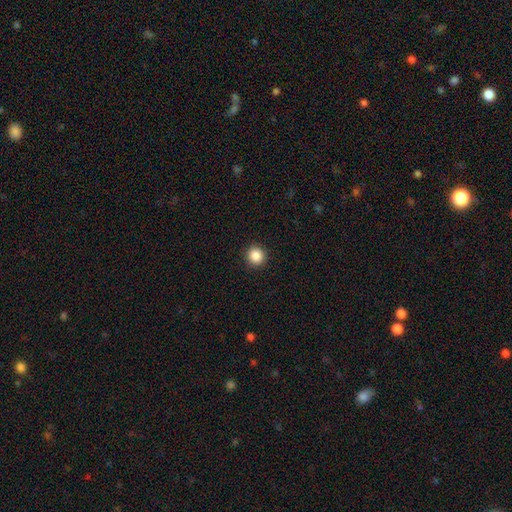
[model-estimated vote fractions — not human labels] Smooth or featured? smooth (87%)
How rounded? round (94%)
Merging? none (93%)